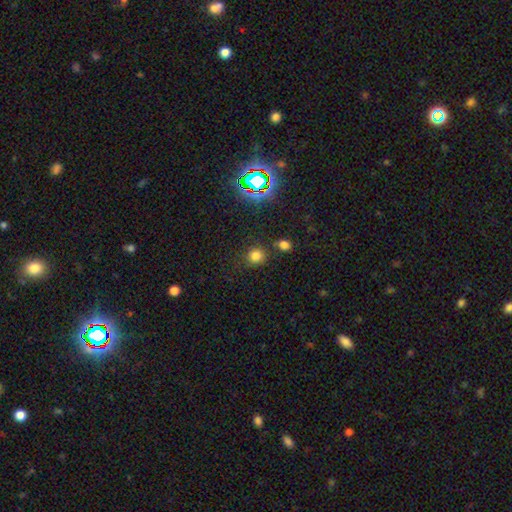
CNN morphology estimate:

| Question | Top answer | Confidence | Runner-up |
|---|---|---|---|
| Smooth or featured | smooth | 75% | star or artifact (19%) |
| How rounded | round | 85% | in between (14%) |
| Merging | none | 77% | minor disturbance (11%) |